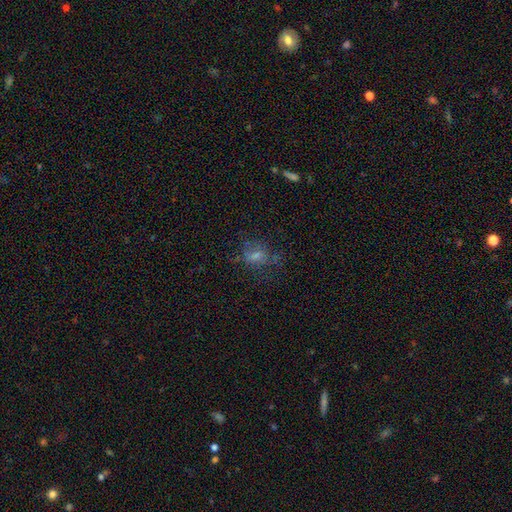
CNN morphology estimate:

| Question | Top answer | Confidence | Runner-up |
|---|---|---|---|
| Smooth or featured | smooth | 45% | star or artifact (30%) |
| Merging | none | 61% | minor disturbance (19%) |